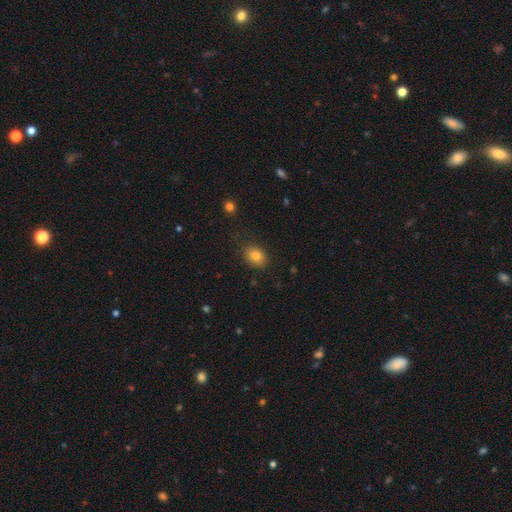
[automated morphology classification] Smooth or featured? Predicted: smooth (p=0.82). How rounded? Predicted: in between (p=0.63). Merging? Predicted: none (p=0.84).